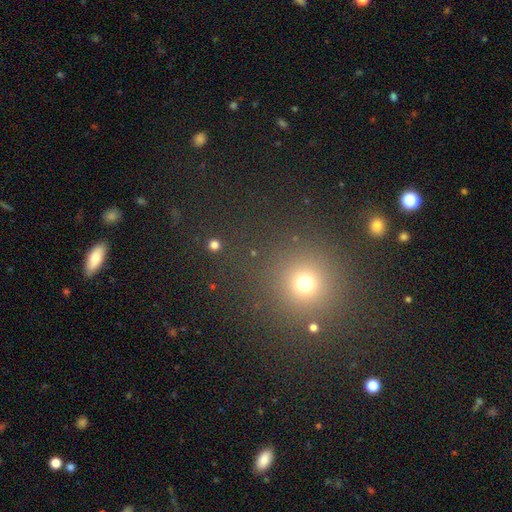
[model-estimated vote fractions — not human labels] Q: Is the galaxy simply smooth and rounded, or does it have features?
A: smooth — 53%.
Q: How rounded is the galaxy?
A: round — 92%.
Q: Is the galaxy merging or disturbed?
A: none — 87%.